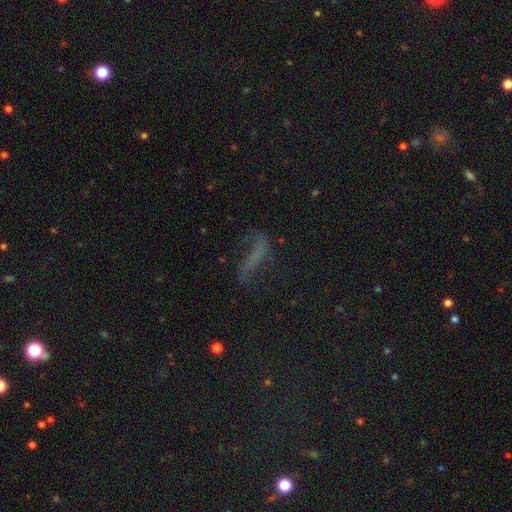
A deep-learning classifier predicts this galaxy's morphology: featured or disk 43%, smooth 34%, star or artifact 23%. Down the decision tree: merging — none (49%).